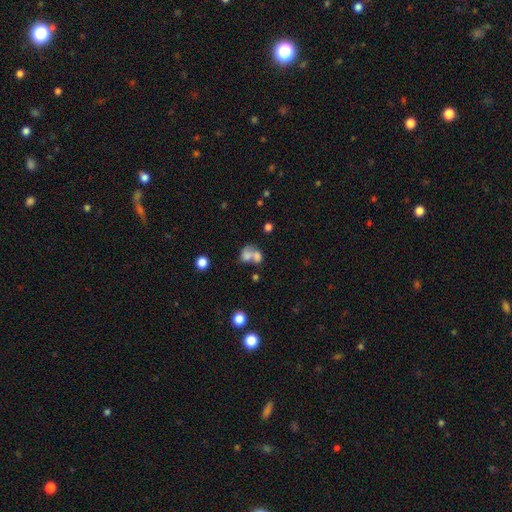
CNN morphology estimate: Smooth or featured?
  - smooth: 62% *
  - featured or disk: 25%
  - star or artifact: 13%
How rounded?
  - in between: 64% *
  - round: 35%
  - cigar-shaped: 2%
Merging?
  - merger: 65% *
  - none: 18%
  - major disturbance: 10%
  - minor disturbance: 8%